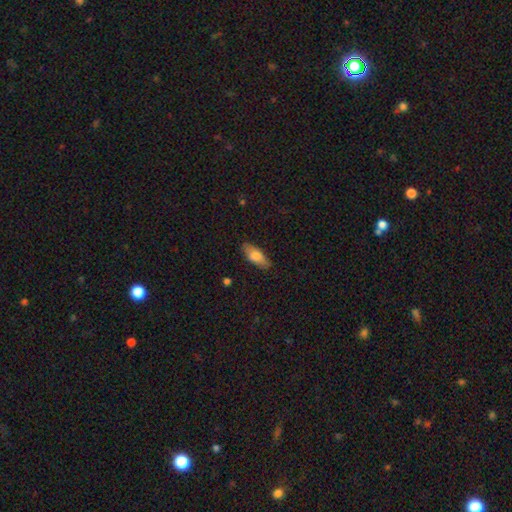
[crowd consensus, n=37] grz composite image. It shows a smooth galaxy with no disk features (81%) that is in between round and cigar-shaped (73%). Merging: none (74%).